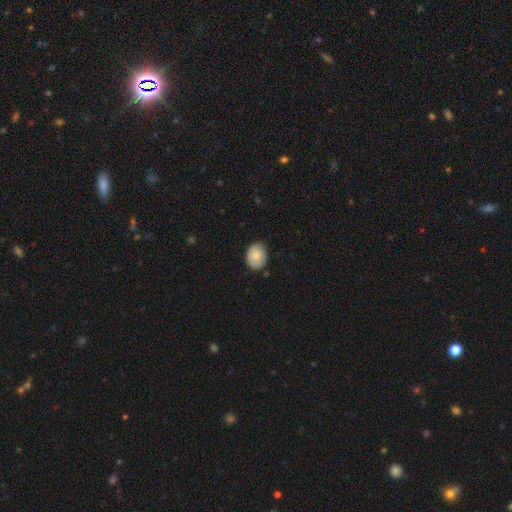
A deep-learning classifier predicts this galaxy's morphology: type=smooth (80%); roundness=in between (52%); merging=none (71%).